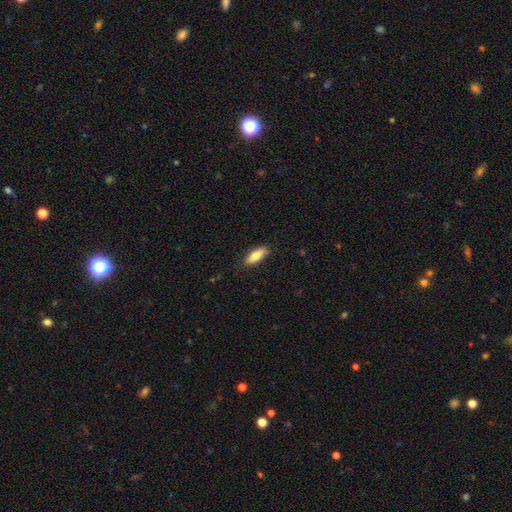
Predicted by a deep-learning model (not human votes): This is likely a smooth galaxy (77%). How rounded: likely in between (68%). Merging: clearly none (86%).